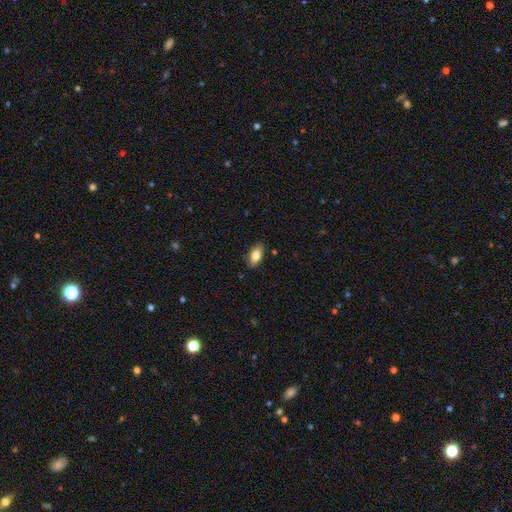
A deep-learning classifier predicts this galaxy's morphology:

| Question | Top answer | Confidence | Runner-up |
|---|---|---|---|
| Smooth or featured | smooth | 78% | featured or disk (15%) |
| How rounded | in between | 88% | cigar-shaped (8%) |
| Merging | none | 85% | minor disturbance (12%) |